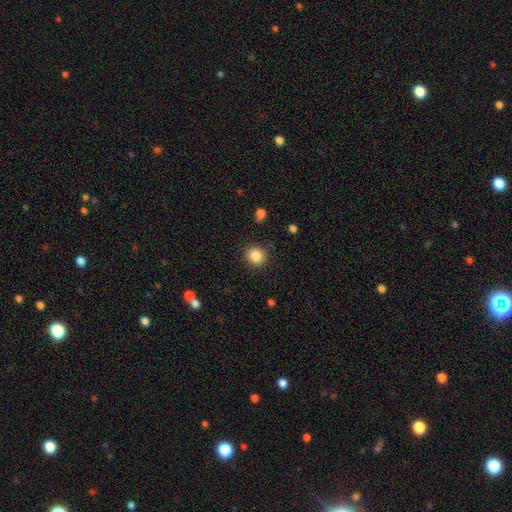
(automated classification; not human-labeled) Smooth or featured? Predicted: smooth (p=0.85). How rounded? Predicted: round (p=0.86). Merging? Predicted: none (p=0.89).